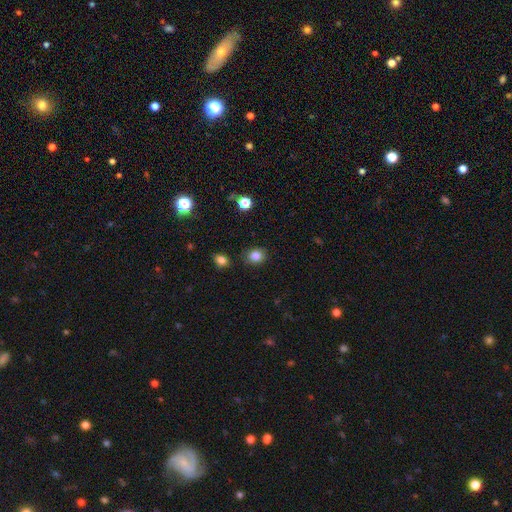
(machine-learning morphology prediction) Q: Smooth or featured?
A: smooth (84%); runner-up: star or artifact (11%)
Q: How rounded?
A: round (63%); runner-up: in between (36%)
Q: Merging?
A: none (84%); runner-up: minor disturbance (11%)